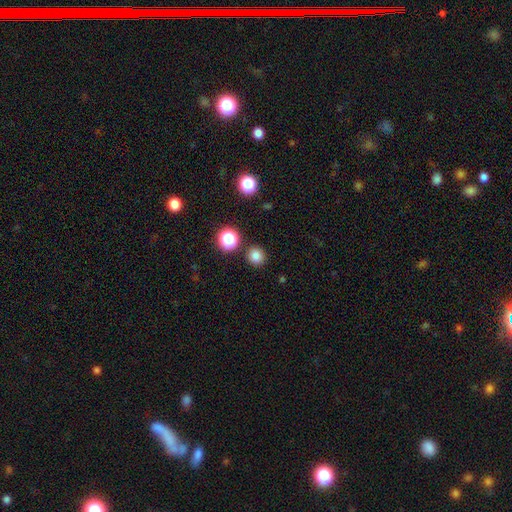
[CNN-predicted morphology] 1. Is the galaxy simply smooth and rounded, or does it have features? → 81% smooth, 15% star or artifact, 5% featured or disk.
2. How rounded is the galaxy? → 93% round, 6% in between, 1% cigar-shaped.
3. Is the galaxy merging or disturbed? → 89% none, 6% minor disturbance, 3% merger, 2% major disturbance.